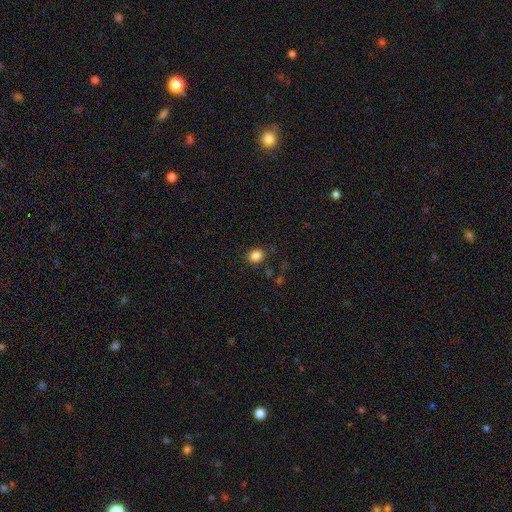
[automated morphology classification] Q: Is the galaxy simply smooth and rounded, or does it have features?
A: smooth — 85%.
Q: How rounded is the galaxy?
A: round — 56%.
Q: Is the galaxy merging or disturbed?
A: none — 85%.